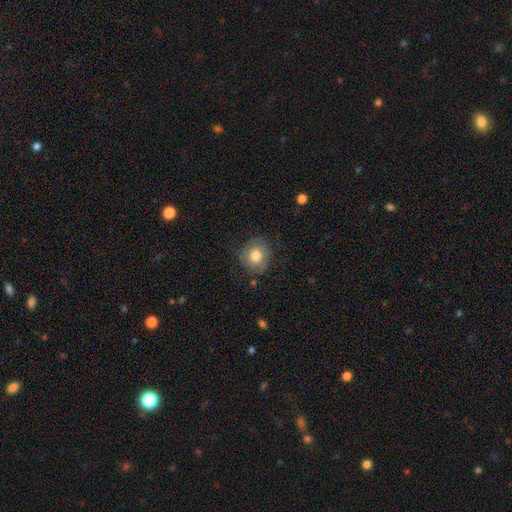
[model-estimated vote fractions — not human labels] A smooth galaxy with no disk features (67%) that is round (83%).

Vote fractions:
- Smooth or featured? smooth: 67% / featured or disk: 25% / star or artifact: 8%
- How rounded? round: 83% / in between: 16% / cigar-shaped: 1%
- Merging? none: 73% / minor disturbance: 18% / major disturbance: 7% / merger: 1%